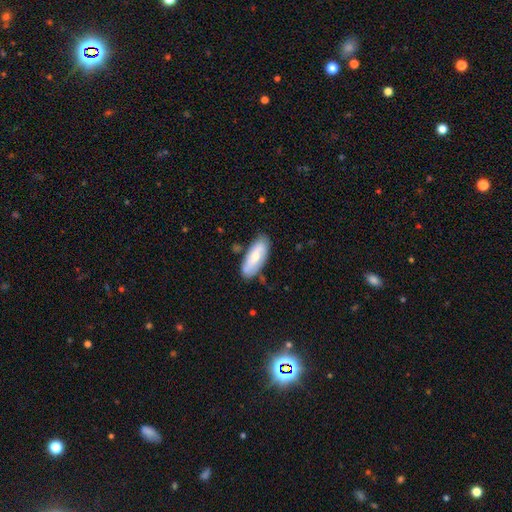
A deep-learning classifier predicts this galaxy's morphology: smooth 62%, featured or disk 32%, star or artifact 6%. Down the decision tree: how rounded — in between (79%); merging — none (77%).